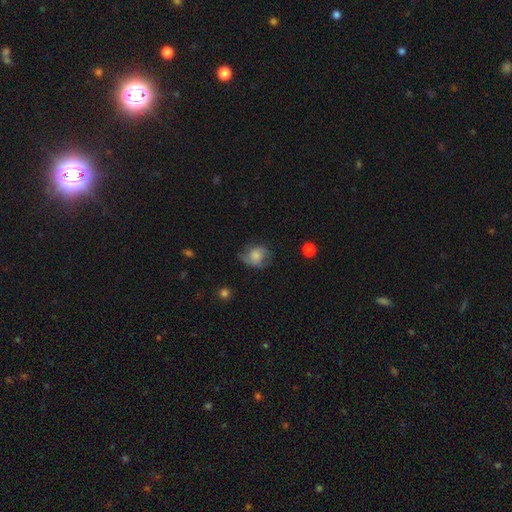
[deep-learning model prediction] Smooth or featured?
  - smooth: 60% *
  - featured or disk: 32%
  - star or artifact: 9%
How rounded?
  - round: 63% *
  - in between: 36%
  - cigar-shaped: 1%
Merging?
  - none: 50% *
  - minor disturbance: 31%
  - major disturbance: 18%
  - merger: 2%